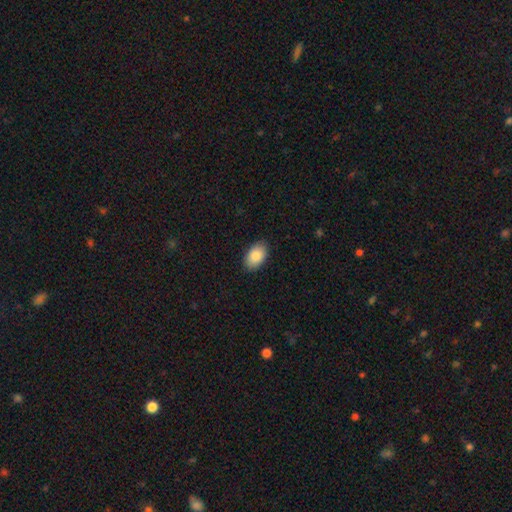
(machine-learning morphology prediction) Smooth or featured?
  - smooth: 86% *
  - featured or disk: 7%
  - star or artifact: 7%
How rounded?
  - in between: 92% *
  - round: 7%
  - cigar-shaped: 1%
Merging?
  - none: 87% *
  - minor disturbance: 10%
  - major disturbance: 2%
  - merger: 1%